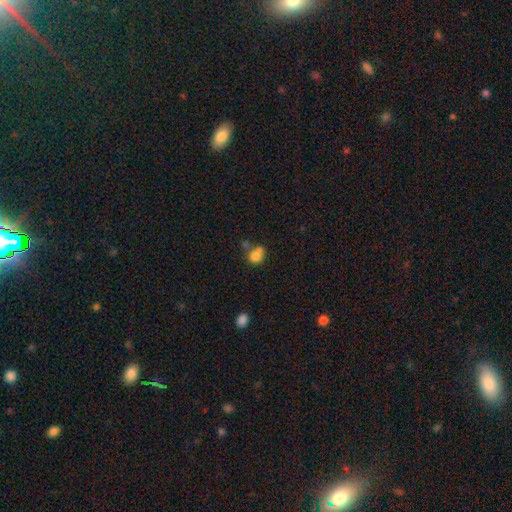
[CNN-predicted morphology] Overall: smooth (78%). How rounded: round (70%). Merging: none (42%; merger 32%).